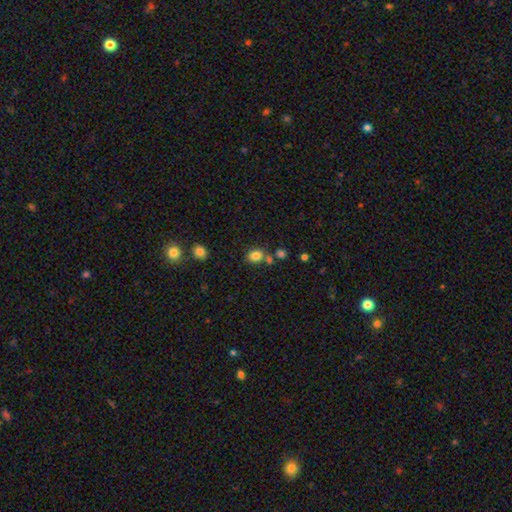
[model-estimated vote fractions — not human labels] Smooth or featured?
  - smooth: 82% *
  - star or artifact: 12%
  - featured or disk: 7%
How rounded?
  - round: 60% *
  - in between: 39%
  - cigar-shaped: 1%
Merging?
  - none: 67% *
  - merger: 17%
  - minor disturbance: 12%
  - major disturbance: 4%